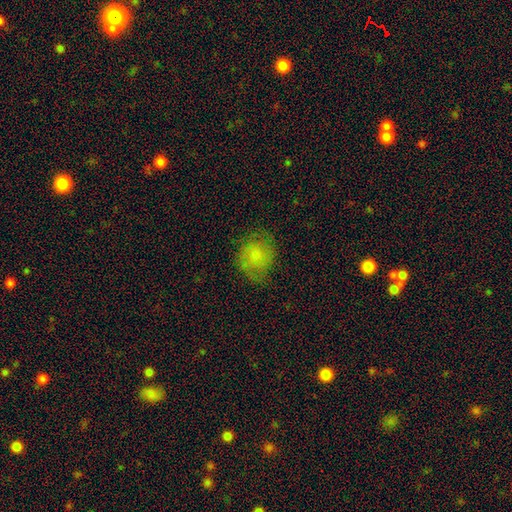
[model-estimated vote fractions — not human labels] Smooth or featured? smooth (63%)
How rounded? round (68%)
Merging? none (65%)